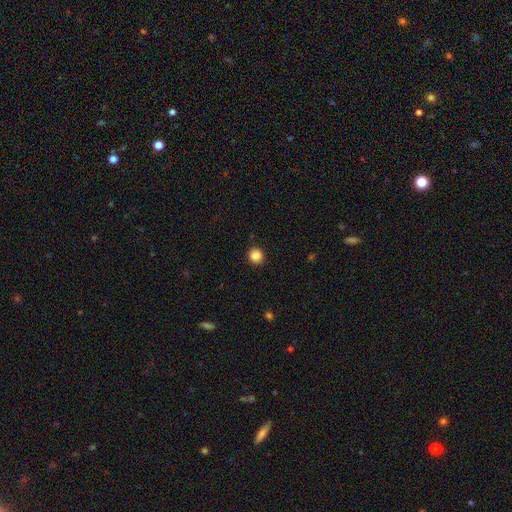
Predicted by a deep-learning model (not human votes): smooth_or_featured: smooth (p=0.86) [alt: star or artifact p=0.10]
how_rounded: round (p=0.89) [alt: in between p=0.10]
merging: none (p=0.91) [alt: minor disturbance p=0.06]